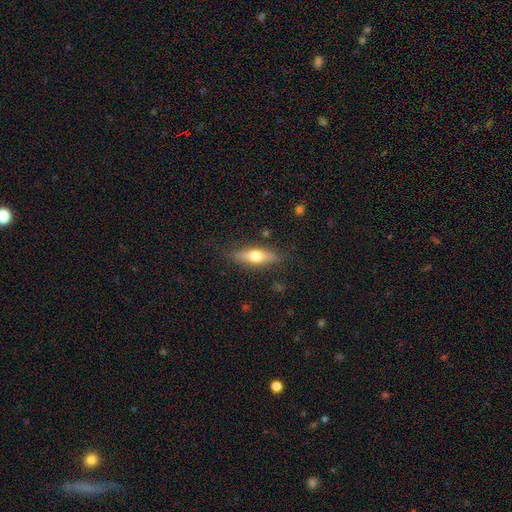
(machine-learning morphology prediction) A smooth galaxy with no disk features (53%) that is cigar-shaped (54%).

Vote fractions:
- Smooth or featured? smooth: 53% / featured or disk: 40% / star or artifact: 6%
- How rounded? cigar-shaped: 54% / in between: 43% / round: 3%
- Merging? none: 84% / minor disturbance: 12% / major disturbance: 3% / merger: 1%